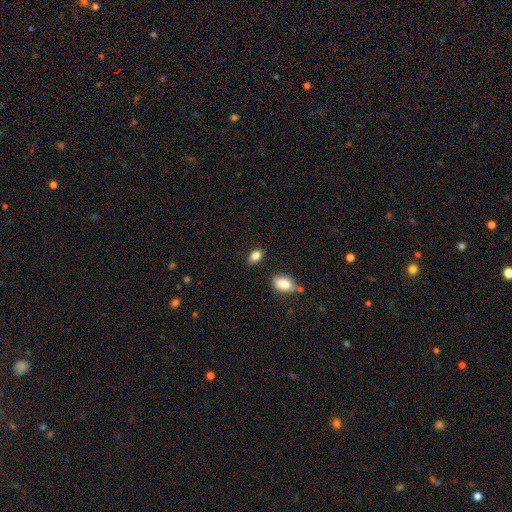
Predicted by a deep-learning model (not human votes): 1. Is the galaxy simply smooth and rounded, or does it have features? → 84% smooth, 9% star or artifact, 7% featured or disk.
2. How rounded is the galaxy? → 84% in between, 14% round, 2% cigar-shaped.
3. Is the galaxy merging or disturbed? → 79% none, 15% minor disturbance, 4% merger, 3% major disturbance.